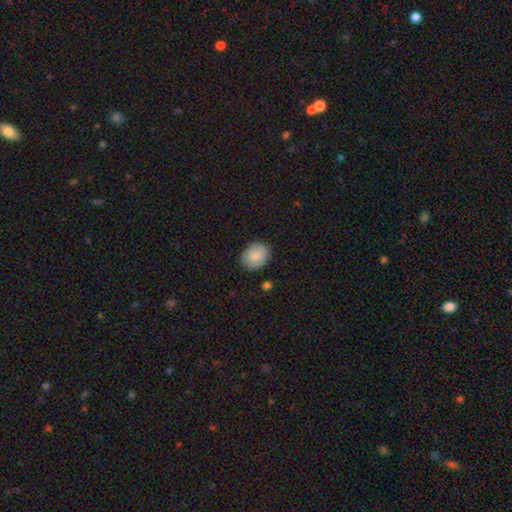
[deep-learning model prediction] This appears to be a smooth galaxy with no disk features (85%) that is round (51%). Merging: none (82%).